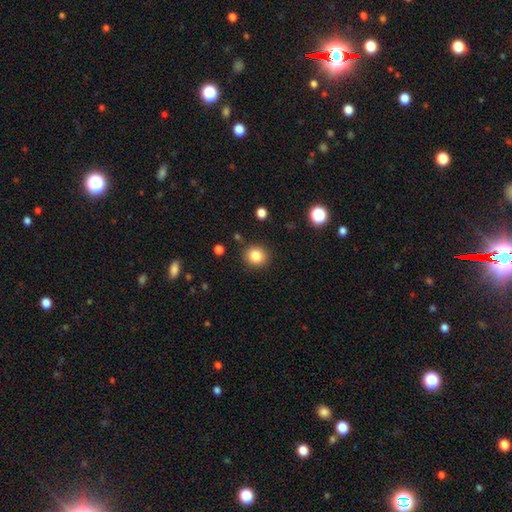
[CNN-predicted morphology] This is clearly a smooth galaxy (83%). How rounded: clearly round (88%). Merging: clearly none (88%).